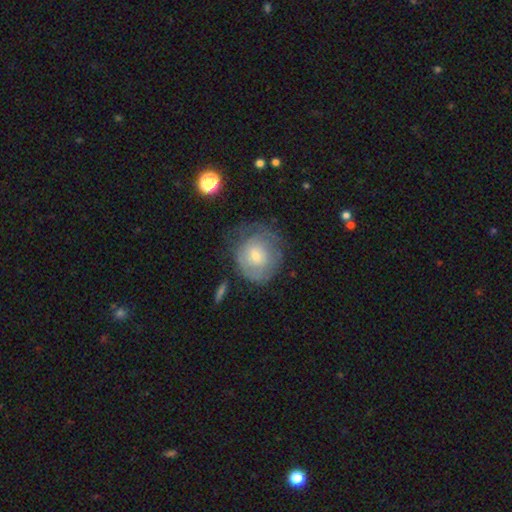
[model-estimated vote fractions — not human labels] smooth_or_featured: smooth (p=0.46) [tied with: featured or disk p=0.46]
merging: none (p=0.58) [alt: minor disturbance p=0.24]